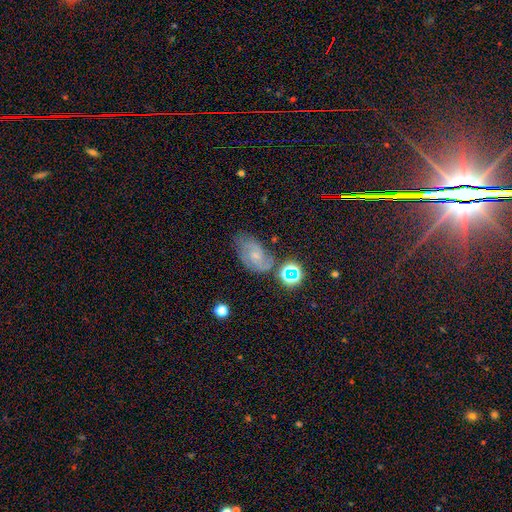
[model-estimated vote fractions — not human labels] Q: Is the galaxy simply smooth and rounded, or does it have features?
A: featured or disk — 60%.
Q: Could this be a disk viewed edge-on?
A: no — 96%.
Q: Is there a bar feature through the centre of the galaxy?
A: no — 65%.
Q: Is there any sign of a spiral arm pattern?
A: yes — 91%.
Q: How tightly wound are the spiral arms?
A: tight — 46%.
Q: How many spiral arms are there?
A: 2 — 53%.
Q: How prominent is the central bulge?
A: small — 63%.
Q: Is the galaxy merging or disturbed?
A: none — 60%.